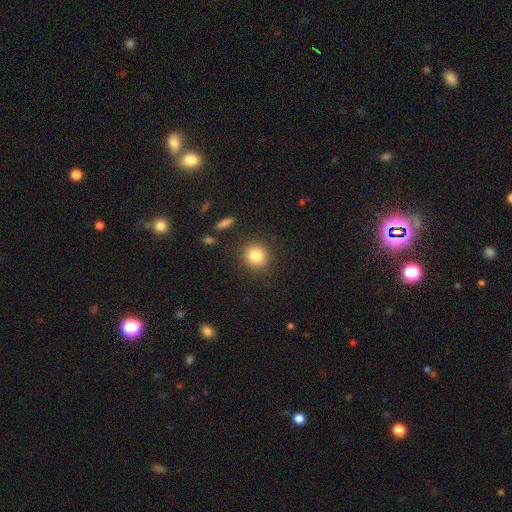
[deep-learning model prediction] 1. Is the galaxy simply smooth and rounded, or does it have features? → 83% smooth, 10% star or artifact, 7% featured or disk.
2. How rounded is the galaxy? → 89% round, 10% in between, 1% cigar-shaped.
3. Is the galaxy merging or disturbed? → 88% none, 7% minor disturbance, 3% major disturbance, 2% merger.